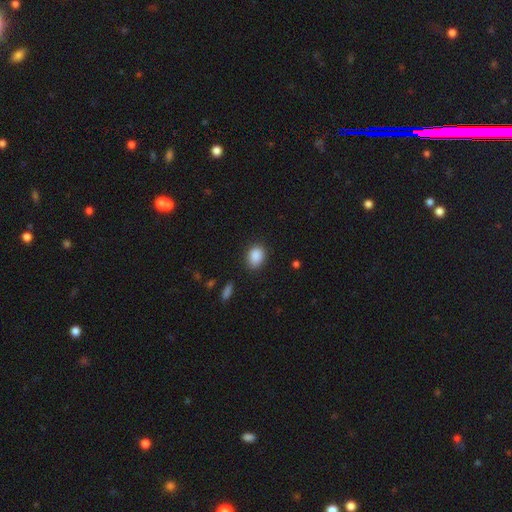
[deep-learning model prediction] smooth 88%, star or artifact 8%, featured or disk 3%. Down the decision tree: how rounded — in between (63%); merging — none (84%).